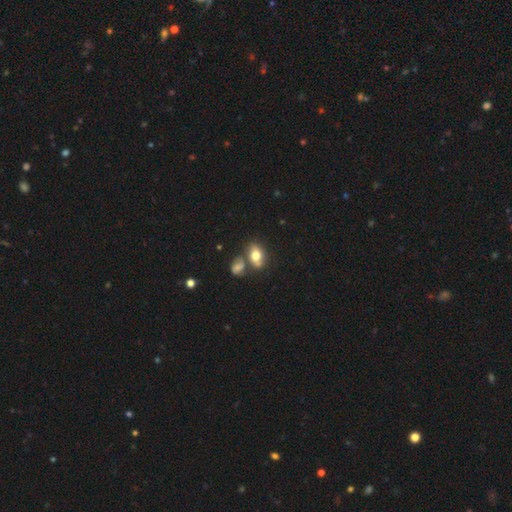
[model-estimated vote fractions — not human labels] smooth_or_featured: smooth (p=0.71) [alt: featured or disk p=0.18]
how_rounded: in between (p=0.82) [alt: round p=0.15]
merging: none (p=0.51) [alt: merger p=0.27]